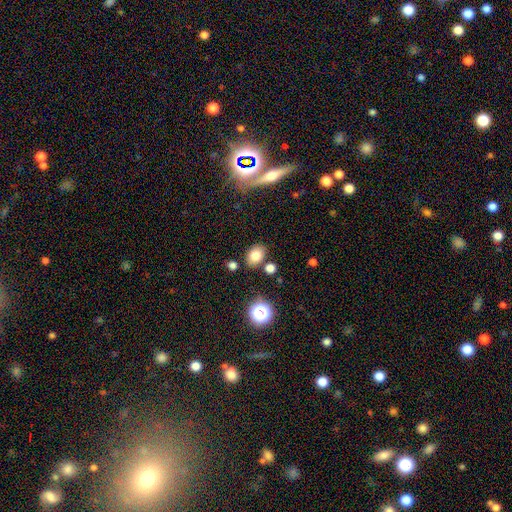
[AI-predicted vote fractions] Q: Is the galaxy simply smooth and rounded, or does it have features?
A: smooth — 79%.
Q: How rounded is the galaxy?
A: in between — 73%.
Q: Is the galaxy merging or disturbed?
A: none — 79%.